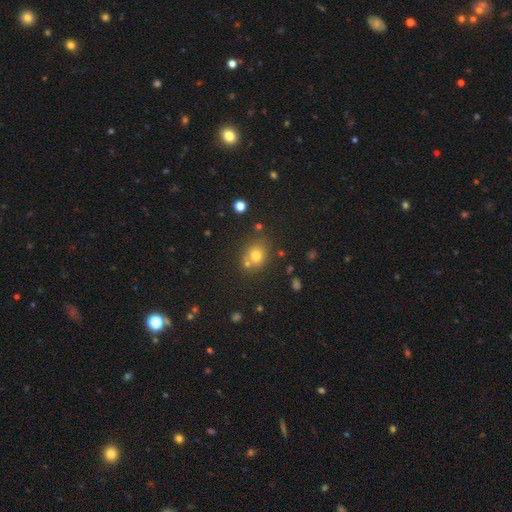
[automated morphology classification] Smooth or featured?
  - smooth: 72% *
  - star or artifact: 17%
  - featured or disk: 11%
How rounded?
  - round: 70% *
  - in between: 29%
  - cigar-shaped: 1%
Merging?
  - none: 64% *
  - merger: 20%
  - minor disturbance: 12%
  - major disturbance: 4%